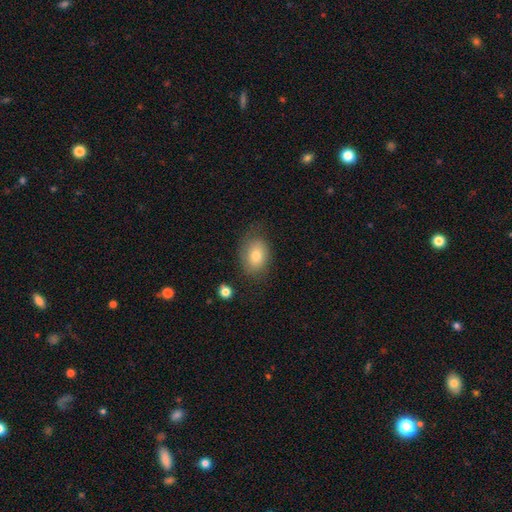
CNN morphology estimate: This appears to be a smooth galaxy with no disk features (70%) that is in between round and cigar-shaped (66%). Merging: none (66%).